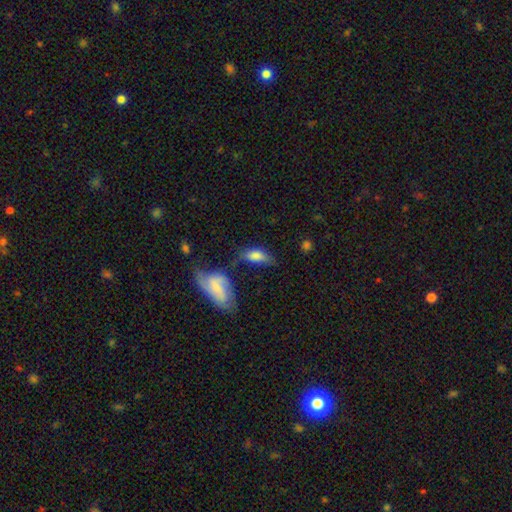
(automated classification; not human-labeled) A smooth galaxy with no disk features (73%) that is in between round and cigar-shaped (82%). Merging: none (42%).